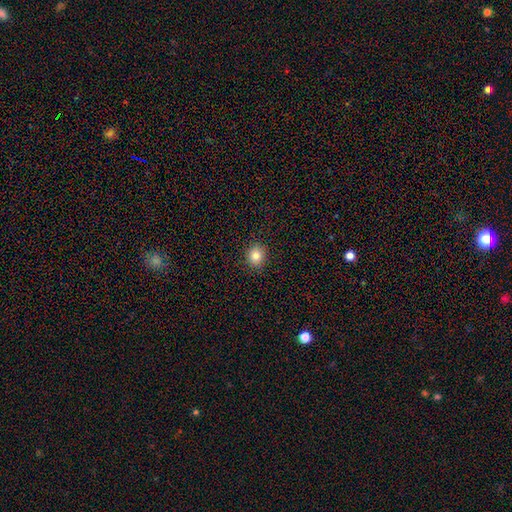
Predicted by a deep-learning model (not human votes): A smooth galaxy with no disk features (83%) that is round (73%).

Vote fractions:
- Smooth or featured? smooth: 83% / star or artifact: 11% / featured or disk: 6%
- How rounded? round: 73% / in between: 26% / cigar-shaped: 1%
- Merging? none: 91% / minor disturbance: 6% / major disturbance: 2% / merger: 1%